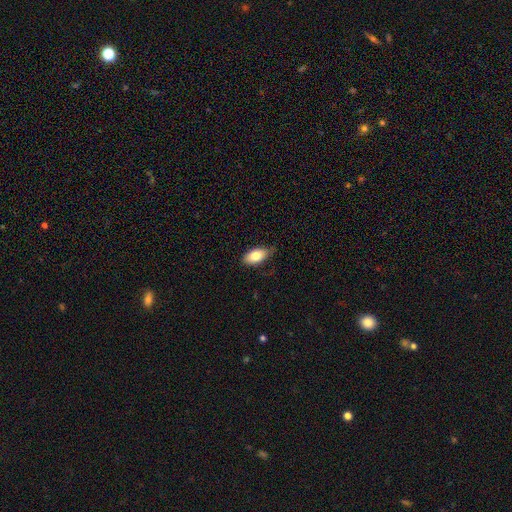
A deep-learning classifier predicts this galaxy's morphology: smooth_or_featured: smooth (p=0.81) [alt: featured or disk p=0.12]
how_rounded: in between (p=0.92) [alt: cigar-shaped p=0.05]
merging: none (p=0.74) [alt: minor disturbance p=0.21]